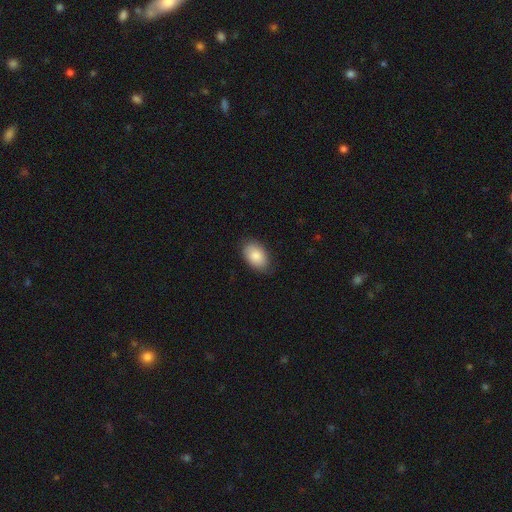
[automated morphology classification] The model was most divided on "merging": none: 84%, minor disturbance: 13%, major disturbance: 3%, merger: 1%. More confident: how rounded — in between (90%); smooth or featured — smooth (86%).